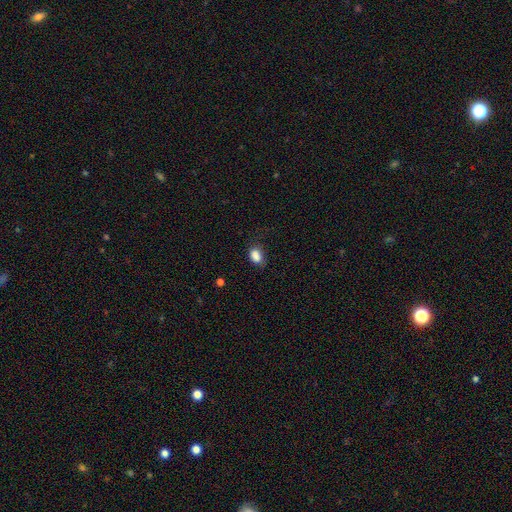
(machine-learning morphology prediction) The model was most divided on "merging": none: 67%, minor disturbance: 24%, major disturbance: 7%, merger: 2%. More confident: smooth or featured — smooth (86%); how rounded — in between (79%).